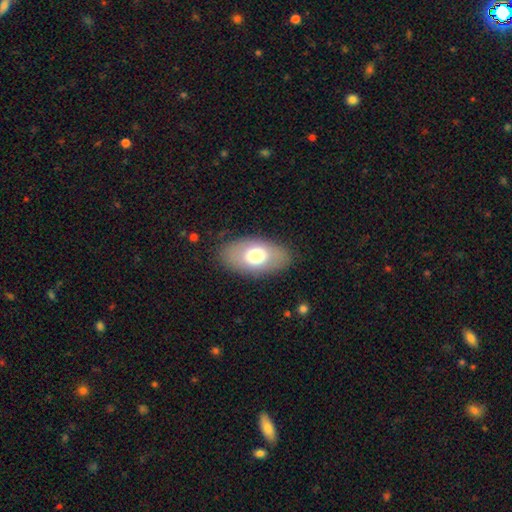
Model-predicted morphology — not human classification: The model was most divided on "smooth or featured": smooth: 68%, featured or disk: 25%, star or artifact: 7%. More confident: how rounded — in between (92%); merging — none (83%).